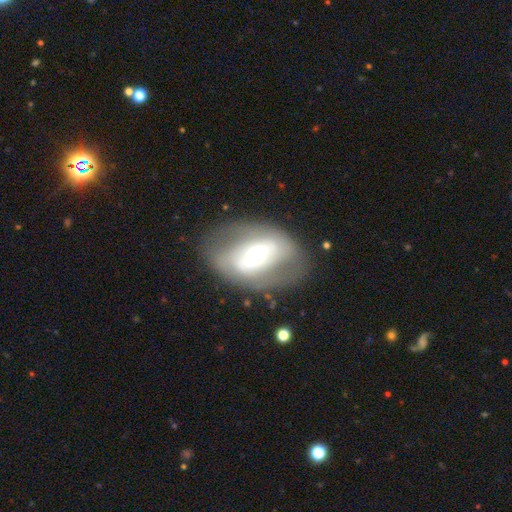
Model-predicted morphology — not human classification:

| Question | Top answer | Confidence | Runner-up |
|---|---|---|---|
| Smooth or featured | featured or disk | 62% | smooth (30%) |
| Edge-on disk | no | 90% | yes (10%) |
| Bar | strong | 46% | weak (30%) |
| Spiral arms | no | 68% | yes (32%) |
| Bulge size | moderate | 59% | small (26%) |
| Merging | none | 69% | minor disturbance (17%) |